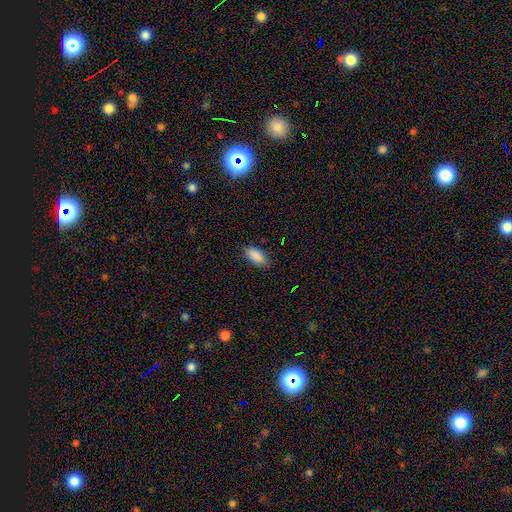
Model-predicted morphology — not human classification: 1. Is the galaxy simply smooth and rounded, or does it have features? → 89% smooth, 7% star or artifact, 4% featured or disk.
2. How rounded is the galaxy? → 92% in between, 5% cigar-shaped, 3% round.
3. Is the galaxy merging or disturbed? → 82% none, 14% minor disturbance, 3% major disturbance, 1% merger.